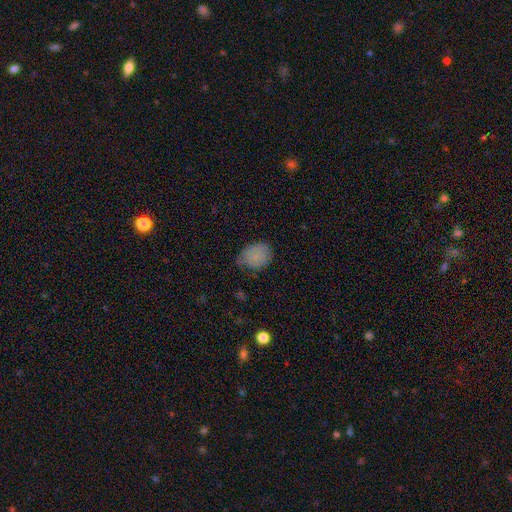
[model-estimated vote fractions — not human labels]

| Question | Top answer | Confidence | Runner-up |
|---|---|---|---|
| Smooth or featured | smooth | 80% | featured or disk (11%) |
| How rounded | in between | 55% | round (44%) |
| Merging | none | 56% | minor disturbance (35%) |